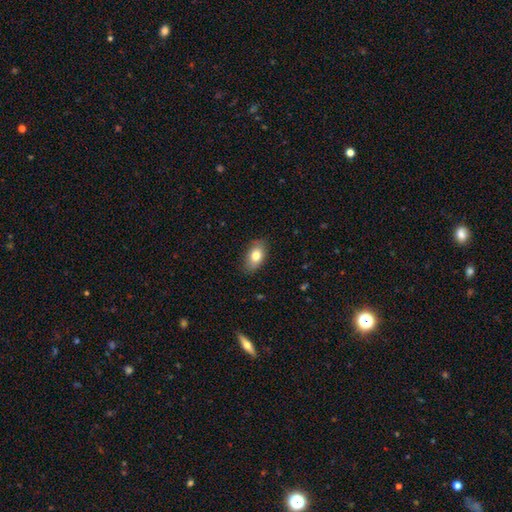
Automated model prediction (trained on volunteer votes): Smooth or featured? Predicted: smooth (p=0.79). How rounded? Predicted: in between (p=0.90). Merging? Predicted: none (p=0.84).